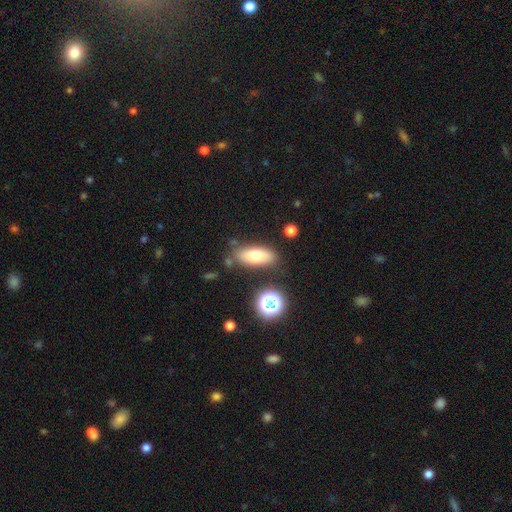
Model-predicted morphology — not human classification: smooth_or_featured: smooth (p=0.74) [alt: featured or disk p=0.16]
how_rounded: in between (p=0.73) [alt: cigar-shaped p=0.22]
merging: none (p=0.78) [alt: minor disturbance p=0.13]